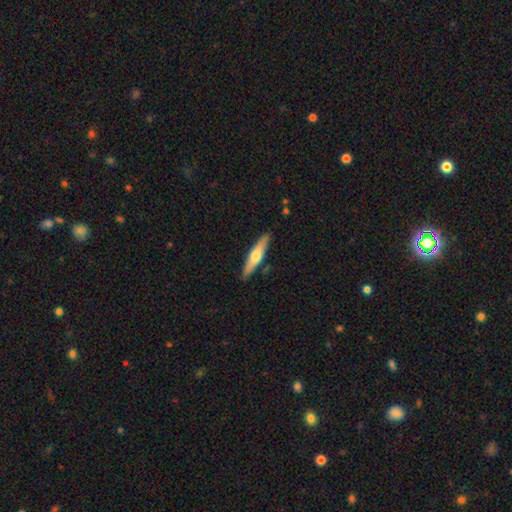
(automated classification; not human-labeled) smooth_or_featured: smooth (p=0.52) [alt: featured or disk p=0.43]
how_rounded: cigar-shaped (p=0.80) [alt: in between p=0.18]
merging: none (p=0.88) [alt: minor disturbance p=0.09]